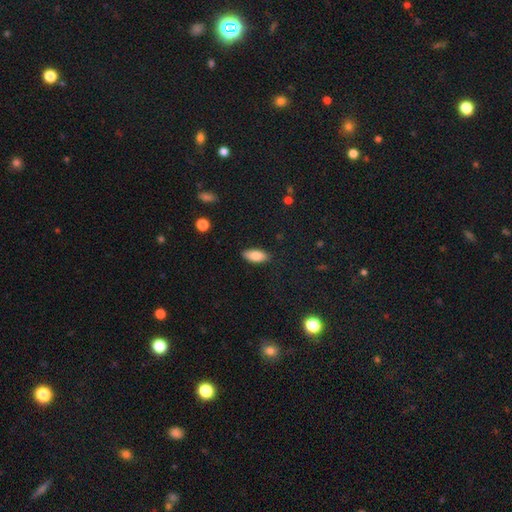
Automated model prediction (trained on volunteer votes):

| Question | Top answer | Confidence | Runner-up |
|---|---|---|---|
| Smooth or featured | smooth | 84% | featured or disk (9%) |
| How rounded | in between | 87% | cigar-shaped (10%) |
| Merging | none | 86% | minor disturbance (10%) |